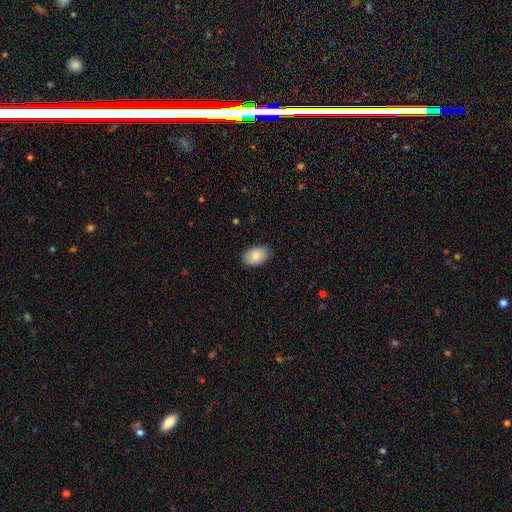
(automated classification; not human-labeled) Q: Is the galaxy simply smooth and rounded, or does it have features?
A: smooth — 82%.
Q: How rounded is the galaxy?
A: in between — 89%.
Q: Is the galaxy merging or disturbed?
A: none — 88%.